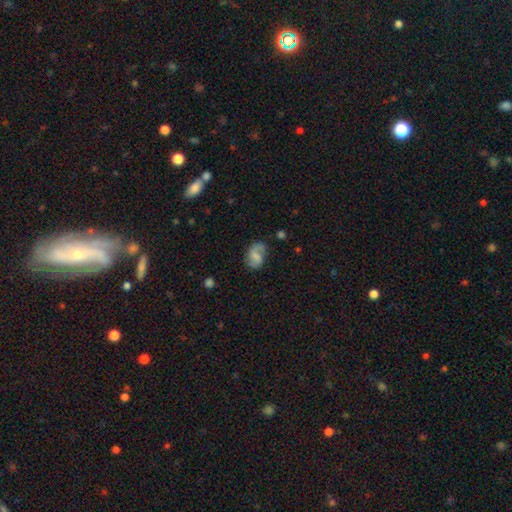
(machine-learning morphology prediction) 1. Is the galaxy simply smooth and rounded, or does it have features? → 58% featured or disk, 34% smooth, 8% star or artifact.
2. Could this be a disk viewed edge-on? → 98% no, 2% yes.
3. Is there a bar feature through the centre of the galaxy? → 49% weak, 32% no, 19% strong.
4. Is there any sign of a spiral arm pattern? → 88% yes, 12% no.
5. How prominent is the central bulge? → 40% none, 30% small, 23% moderate, 5% large, 1% dominant.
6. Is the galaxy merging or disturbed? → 64% none, 23% minor disturbance, 10% major disturbance, 3% merger.